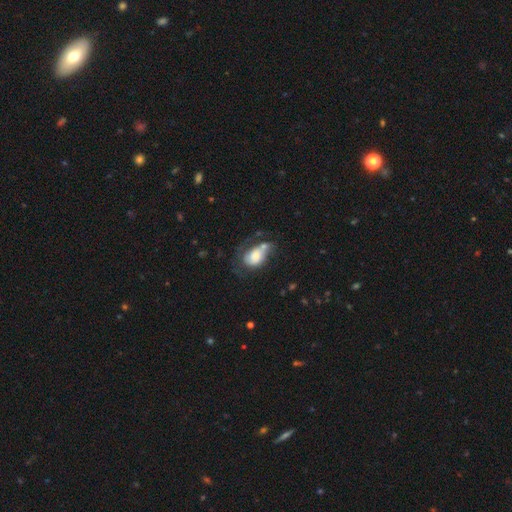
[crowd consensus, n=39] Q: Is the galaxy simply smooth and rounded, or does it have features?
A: smooth — 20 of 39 (51%).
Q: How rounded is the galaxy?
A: in between — 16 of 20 (80%).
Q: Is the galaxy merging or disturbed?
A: merger — 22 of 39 (56%).